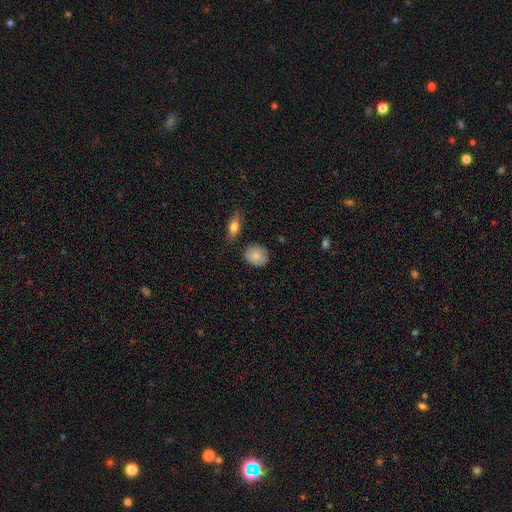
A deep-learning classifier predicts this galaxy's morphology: Overall: smooth (84%). How rounded: round (68%; in between 30%). Merging: none (82%).